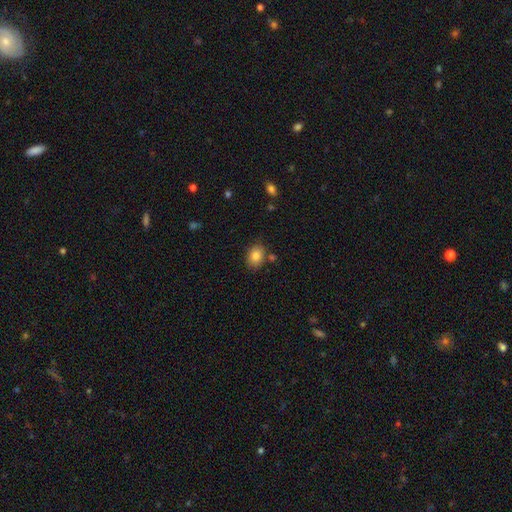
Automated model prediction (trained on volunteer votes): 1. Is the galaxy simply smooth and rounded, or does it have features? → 84% smooth, 9% star or artifact, 7% featured or disk.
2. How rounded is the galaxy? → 69% in between, 30% round, 1% cigar-shaped.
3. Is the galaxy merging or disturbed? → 79% none, 13% minor disturbance, 5% merger, 3% major disturbance.